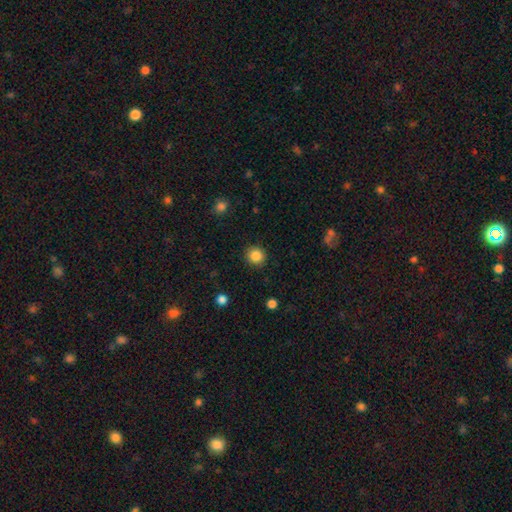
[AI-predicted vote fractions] The model was most divided on "smooth or featured": smooth: 86%, star or artifact: 10%, featured or disk: 4%. More confident: merging — none (91%); how rounded — round (91%).